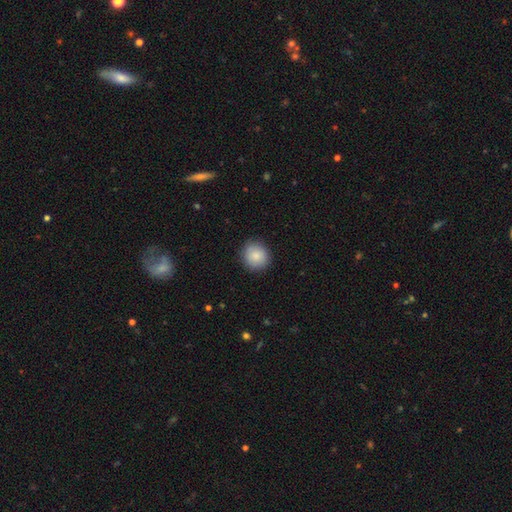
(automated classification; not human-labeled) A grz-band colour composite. It shows a smooth galaxy with no disk features (88%) that is round (87%). Merging: none (88%).